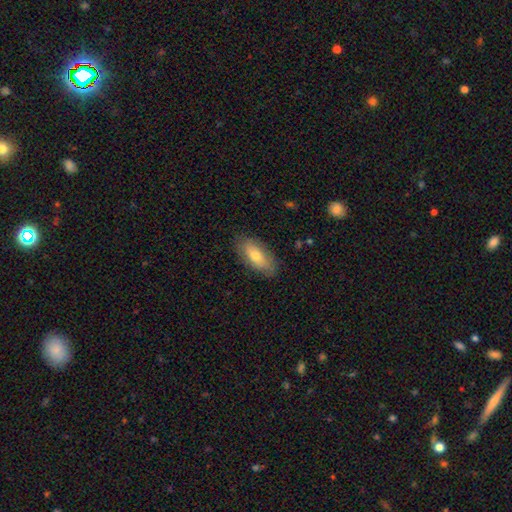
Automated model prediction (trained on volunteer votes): Smooth or featured: smooth — 70% (featured or disk — 24%)
How rounded: in between — 86% (cigar-shaped — 10%)
Merging: none — 83% (minor disturbance — 13%)